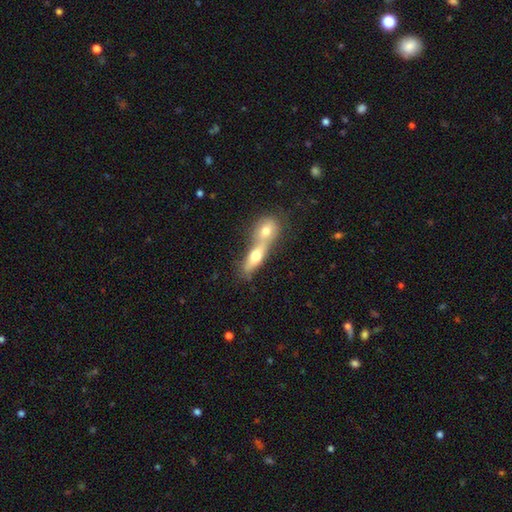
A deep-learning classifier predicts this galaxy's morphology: Overall: smooth (64%; featured or disk 28%). How rounded: in between (59%; cigar-shaped 28%). Merging: merger (69%).